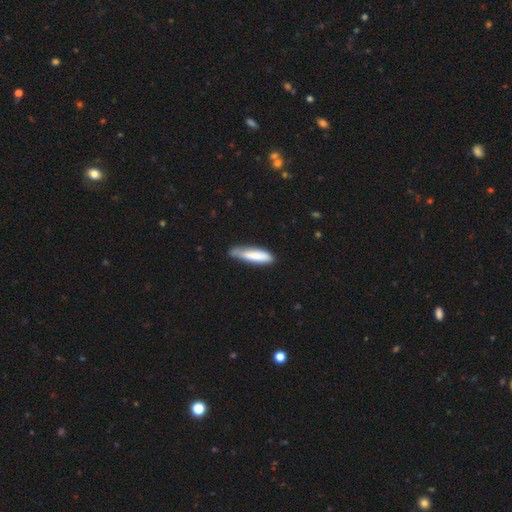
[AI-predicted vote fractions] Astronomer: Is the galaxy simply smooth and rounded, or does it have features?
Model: smooth — 79%.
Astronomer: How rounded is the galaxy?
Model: cigar-shaped — 77%.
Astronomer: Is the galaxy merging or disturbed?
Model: none — 59%.